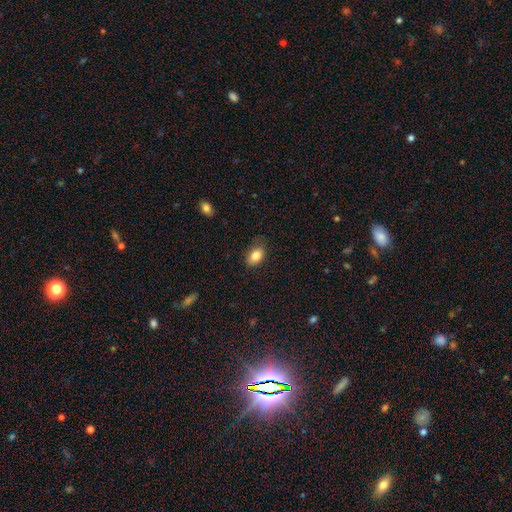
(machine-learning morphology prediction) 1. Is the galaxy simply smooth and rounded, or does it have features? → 85% smooth, 8% star or artifact, 7% featured or disk.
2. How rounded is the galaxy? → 85% in between, 14% round, 1% cigar-shaped.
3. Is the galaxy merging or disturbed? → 78% none, 18% minor disturbance, 4% major disturbance, 1% merger.